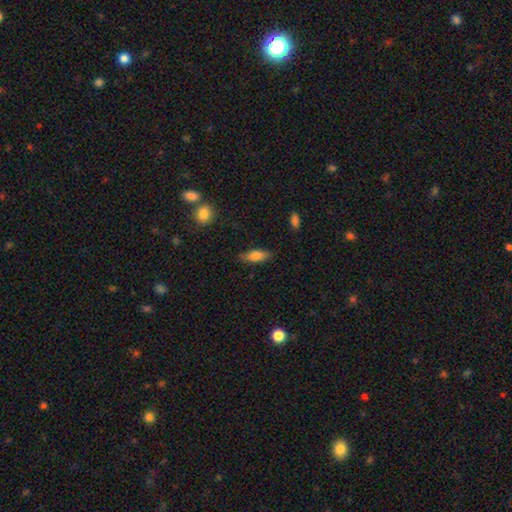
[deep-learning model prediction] Overall: smooth (78%). How rounded: in between (65%; cigar-shaped 32%). Merging: none (78%).